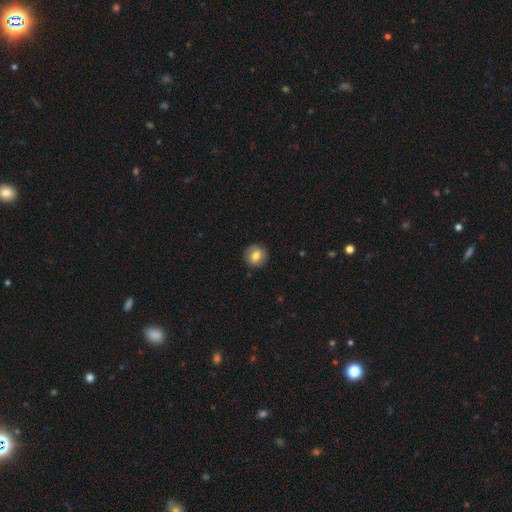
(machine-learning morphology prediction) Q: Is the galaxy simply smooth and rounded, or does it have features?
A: smooth — 78%.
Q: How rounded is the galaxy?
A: round — 92%.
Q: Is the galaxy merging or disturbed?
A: none — 90%.